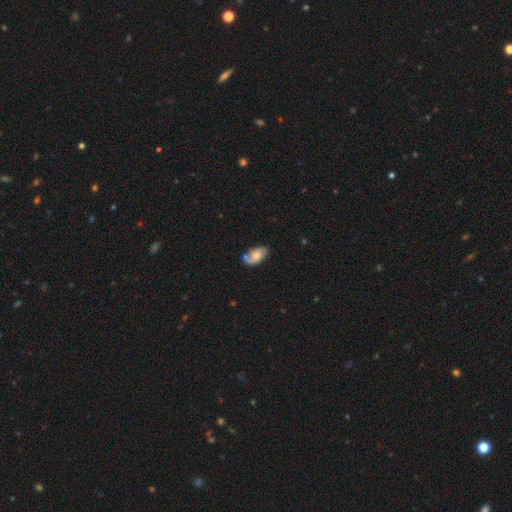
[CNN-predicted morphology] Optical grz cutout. It shows a featured or disk galaxy (46%, tied with smooth). Merging: none (53%).